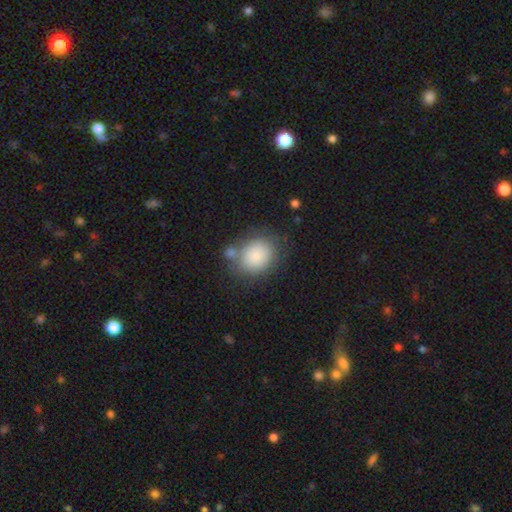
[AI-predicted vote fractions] Smooth or featured? smooth (84%)
How rounded? round (56%)
Merging? none (60%)